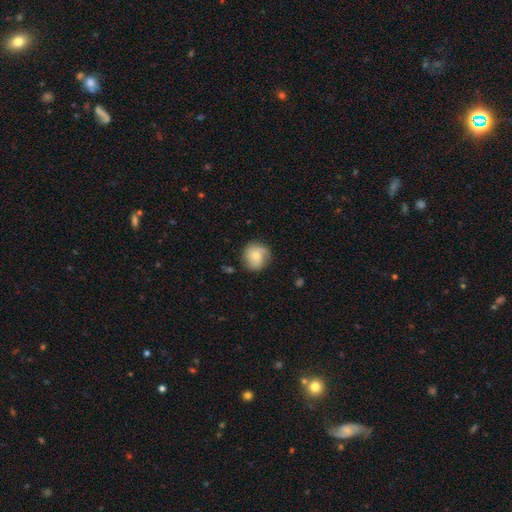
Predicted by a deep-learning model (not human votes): Morphology: type=smooth (65%); roundness=round (87%); merging=none (74%).